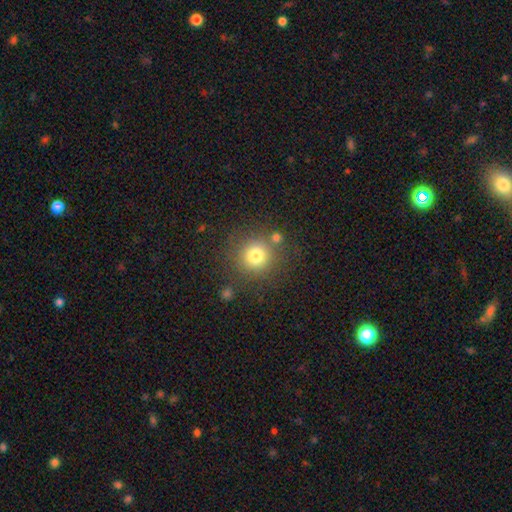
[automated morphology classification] Q: Smooth or featured?
A: smooth (77%); runner-up: star or artifact (14%)
Q: How rounded?
A: round (93%); runner-up: in between (6%)
Q: Merging?
A: none (79%); runner-up: minor disturbance (9%)